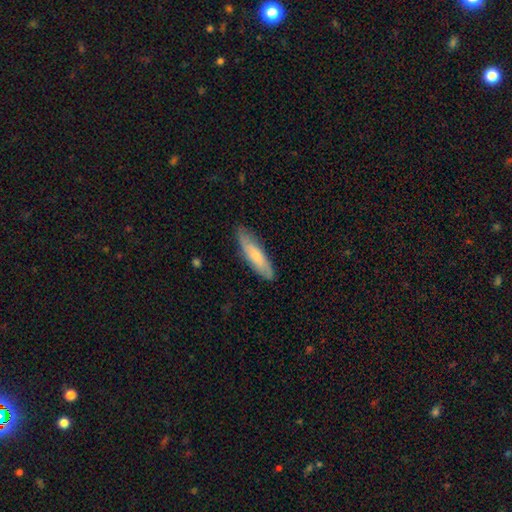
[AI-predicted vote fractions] smooth-or-featured: smooth: 67% | featured or disk: 28% | star or artifact: 5%
  how-rounded: cigar-shaped: 70% | in between: 29% | round: 2%
  merging: none: 83% | minor disturbance: 14% | major disturbance: 2% | merger: 1%